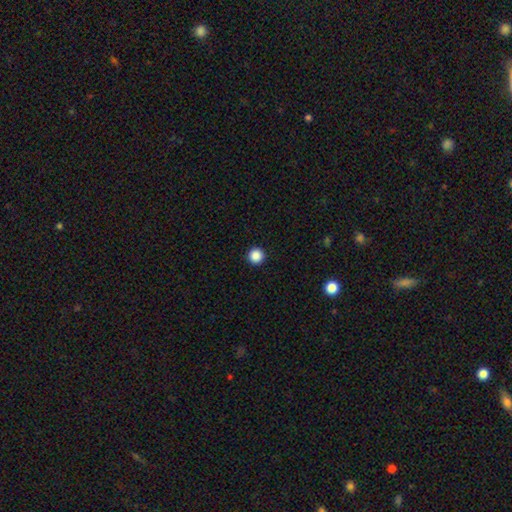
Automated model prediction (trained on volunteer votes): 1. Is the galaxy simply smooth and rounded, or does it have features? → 88% smooth, 10% star or artifact, 2% featured or disk.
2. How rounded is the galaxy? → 97% round, 2% in between, 1% cigar-shaped.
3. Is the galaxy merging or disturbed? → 94% none, 4% minor disturbance, 1% major disturbance, 1% merger.